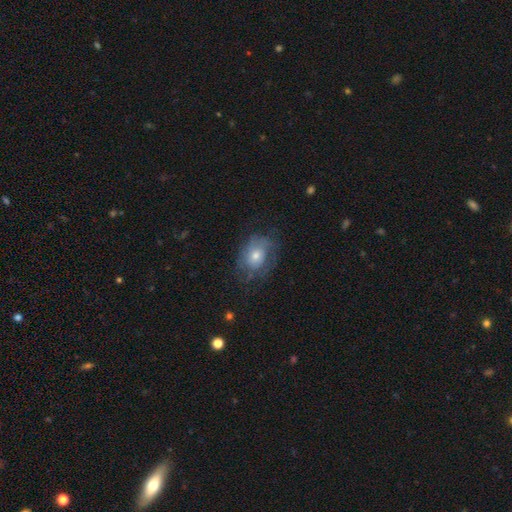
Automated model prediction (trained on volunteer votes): Morphology: type=featured or disk (47%); merging=none (60%).